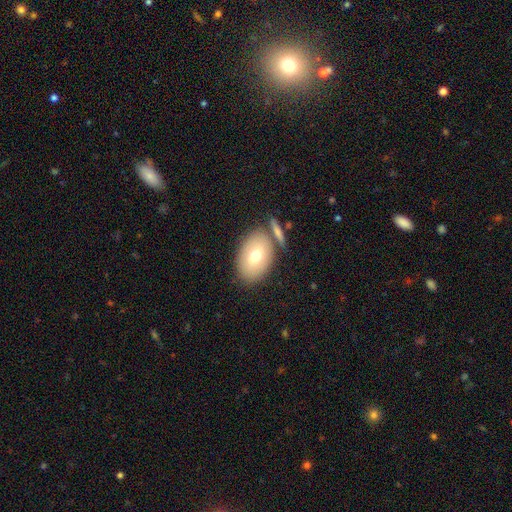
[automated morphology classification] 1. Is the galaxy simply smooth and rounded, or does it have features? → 69% smooth, 23% featured or disk, 7% star or artifact.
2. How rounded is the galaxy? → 85% in between, 14% round, 1% cigar-shaped.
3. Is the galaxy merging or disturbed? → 71% none, 14% merger, 12% minor disturbance, 4% major disturbance.